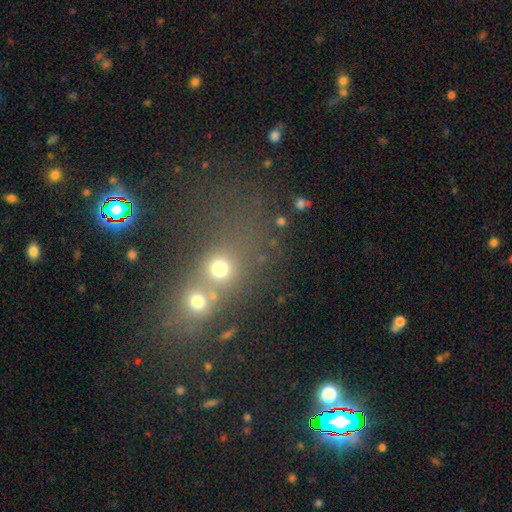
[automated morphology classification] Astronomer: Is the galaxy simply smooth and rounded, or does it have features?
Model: smooth — 44% (runner-up: star or artifact, 39%).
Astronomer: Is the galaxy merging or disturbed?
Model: merger — 61%.